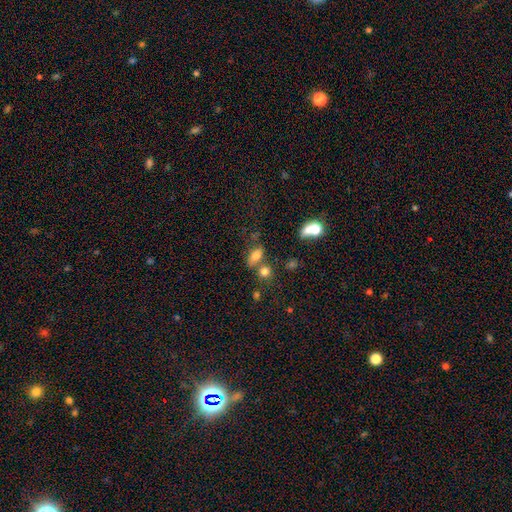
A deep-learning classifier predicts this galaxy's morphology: Smooth or featured?
  - smooth: 76% *
  - star or artifact: 12%
  - featured or disk: 11%
How rounded?
  - in between: 80% *
  - round: 13%
  - cigar-shaped: 7%
Merging?
  - none: 51% *
  - merger: 24%
  - minor disturbance: 16%
  - major disturbance: 8%